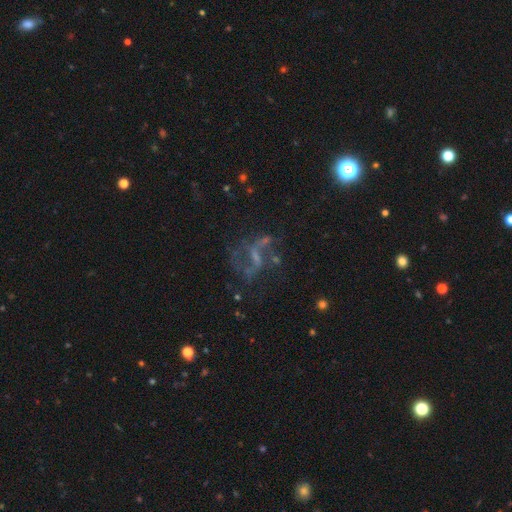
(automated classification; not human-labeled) This appears to be a featured or disk galaxy (67%) with no bar (41%), spiral arms (67%) and no central bulge (48%). Merging: none (48%).